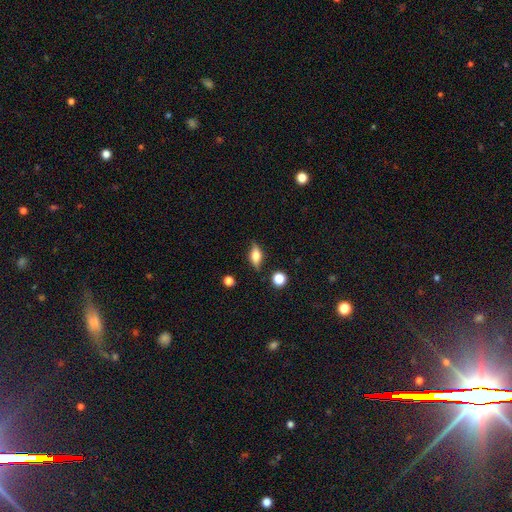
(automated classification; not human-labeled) Q: Smooth or featured?
A: featured or disk (46%); runner-up: smooth (45%)
Q: Merging?
A: none (76%); runner-up: minor disturbance (18%)